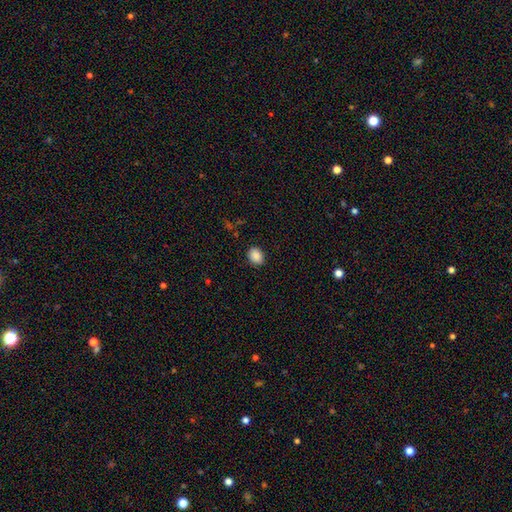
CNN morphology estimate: This appears to be a smooth galaxy with no disk features (89%) that is in between round and cigar-shaped (59%). Merging: none (88%).